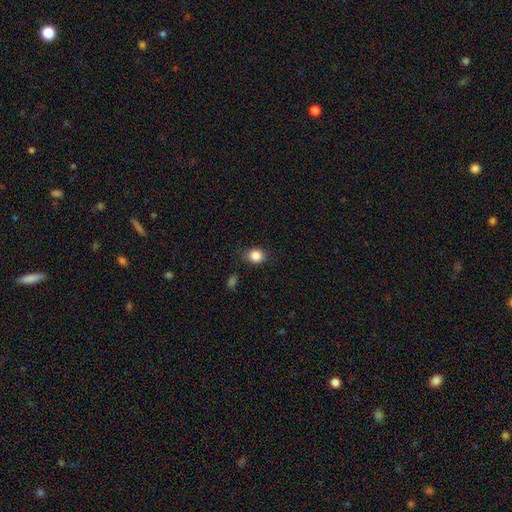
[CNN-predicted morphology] Smooth or featured: smooth — 85% (star or artifact — 10%)
How rounded: round — 68% (in between — 31%)
Merging: none — 78% (minor disturbance — 16%)